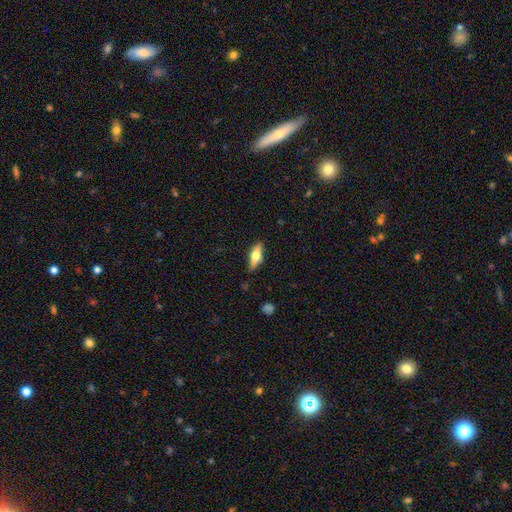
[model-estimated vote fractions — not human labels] Smooth or featured: smooth — 54% (featured or disk — 40%)
How rounded: in between — 62% (cigar-shaped — 34%)
Merging: none — 82% (minor disturbance — 13%)